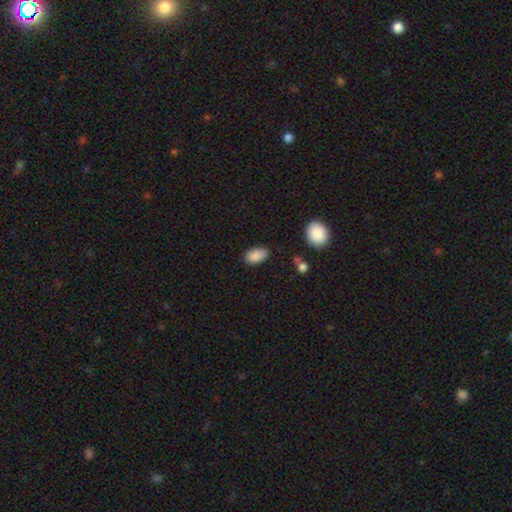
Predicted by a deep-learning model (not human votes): This is clearly a smooth galaxy (88%). How rounded: clearly in between (93%). Merging: likely none (79%).